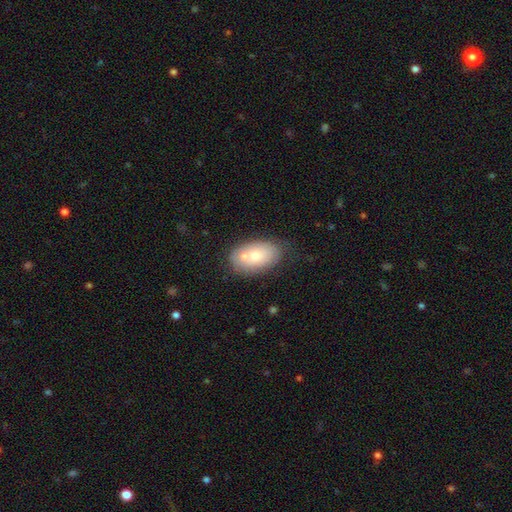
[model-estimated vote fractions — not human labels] Smooth or featured?
  - smooth: 67% *
  - featured or disk: 26%
  - star or artifact: 7%
How rounded?
  - in between: 91% *
  - round: 8%
  - cigar-shaped: 1%
Merging?
  - none: 49% *
  - merger: 30%
  - minor disturbance: 16%
  - major disturbance: 5%